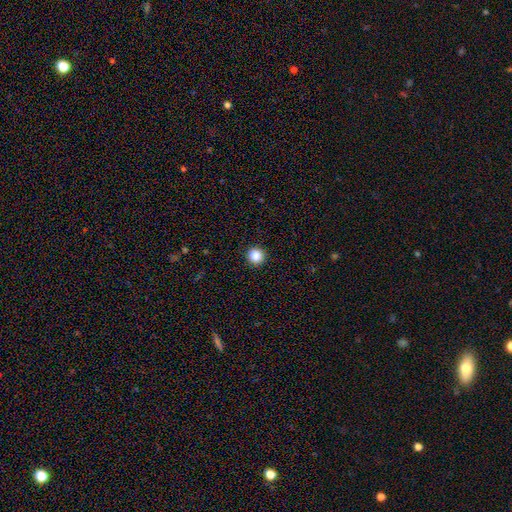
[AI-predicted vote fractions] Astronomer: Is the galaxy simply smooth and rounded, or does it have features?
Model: smooth — 86%.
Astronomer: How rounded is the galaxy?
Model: round — 94%.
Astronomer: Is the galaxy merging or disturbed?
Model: none — 93%.